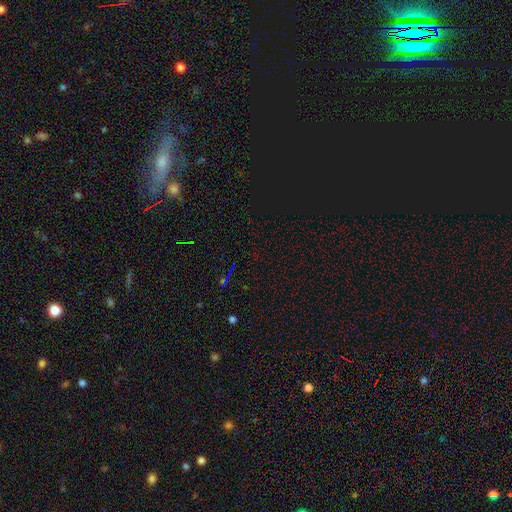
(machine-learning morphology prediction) Overall: star or artifact (78%).